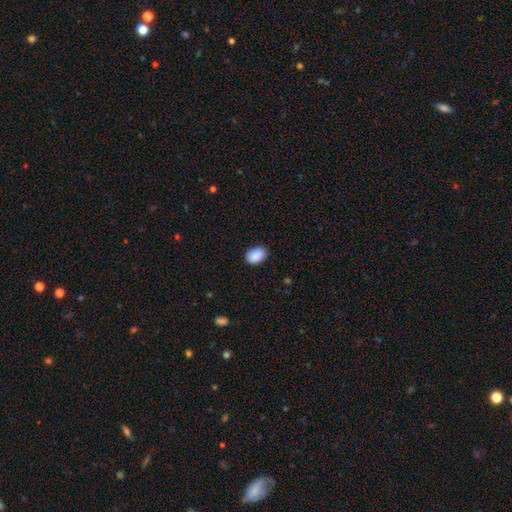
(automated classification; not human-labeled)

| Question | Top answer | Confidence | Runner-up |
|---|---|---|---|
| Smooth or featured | smooth | 89% | star or artifact (7%) |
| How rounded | in between | 78% | round (21%) |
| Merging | none | 82% | minor disturbance (15%) |